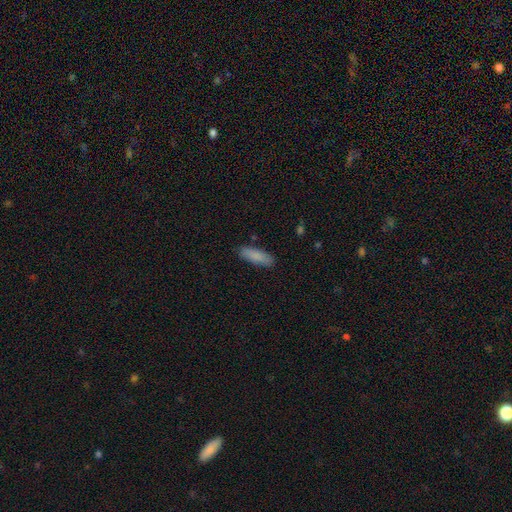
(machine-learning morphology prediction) smooth 87%, featured or disk 7%, star or artifact 6%. Down the decision tree: how rounded — cigar-shaped (52%); merging — none (87%).